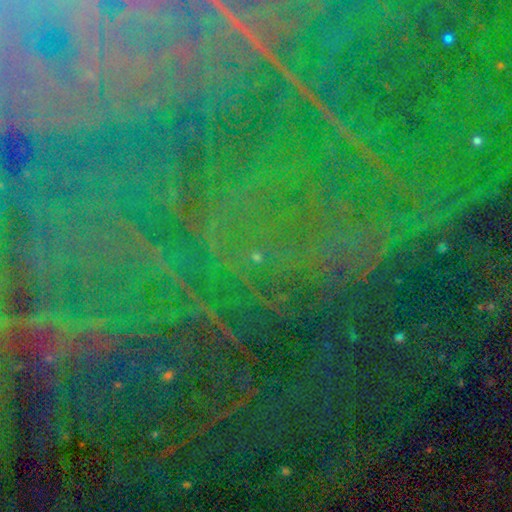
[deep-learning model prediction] Smooth or featured?
  - star or artifact: 87% *
  - featured or disk: 7%
  - smooth: 6%